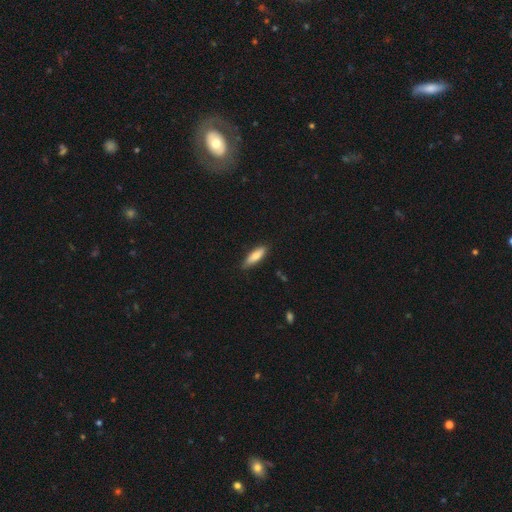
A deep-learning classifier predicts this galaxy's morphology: This appears to be a smooth galaxy with no disk features (79%) that is cigar-shaped (51%). Merging: none (81%).